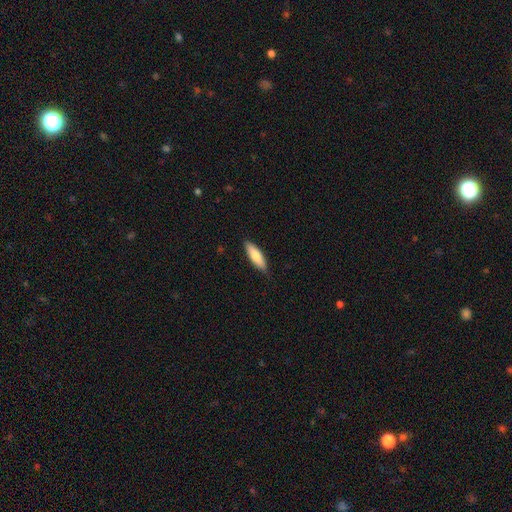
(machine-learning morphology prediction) smooth_or_featured: smooth (p=0.77) [alt: featured or disk p=0.18]
how_rounded: cigar-shaped (p=0.52) [alt: in between p=0.46]
merging: none (p=0.84) [alt: minor disturbance p=0.13]